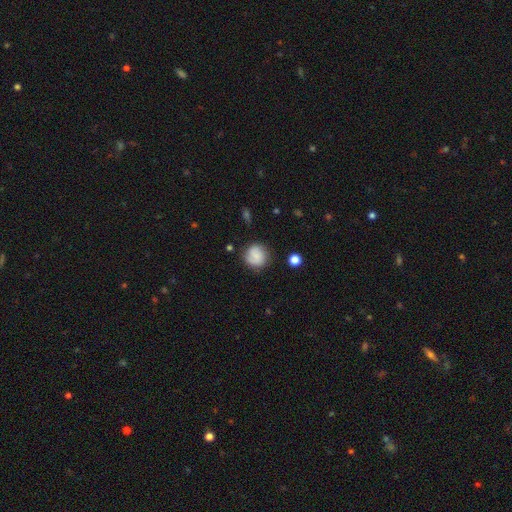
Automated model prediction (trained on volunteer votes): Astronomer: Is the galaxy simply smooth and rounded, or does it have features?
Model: smooth — 72%.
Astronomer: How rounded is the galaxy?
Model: round — 88%.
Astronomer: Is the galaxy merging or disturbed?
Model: none — 76%.